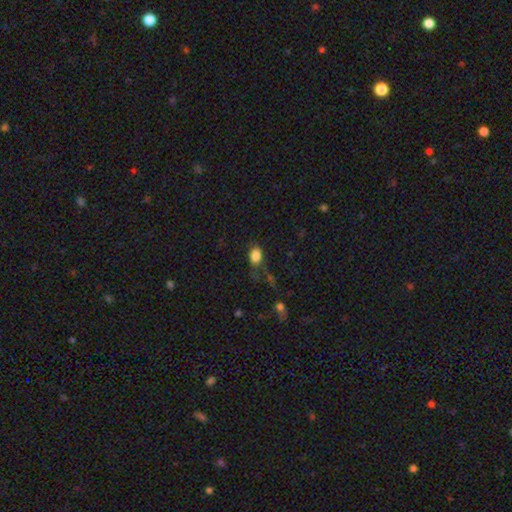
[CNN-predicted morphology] smooth 84%, star or artifact 10%, featured or disk 5%. Down the decision tree: how rounded — in between (82%); merging — none (65%).